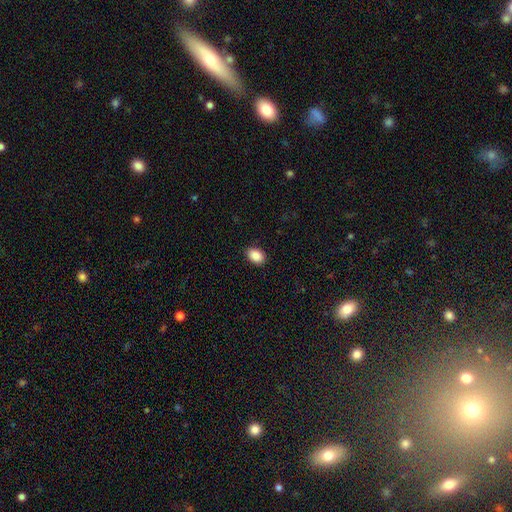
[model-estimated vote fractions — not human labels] A smooth galaxy with no disk features (89%) that is in between round and cigar-shaped (81%). Merging: none (89%).